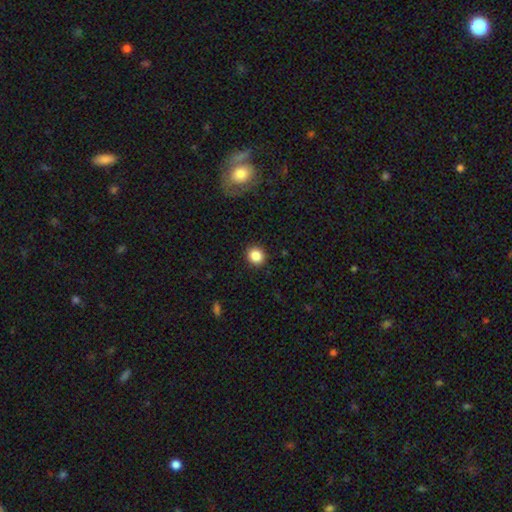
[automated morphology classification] Smooth or featured? smooth (86%)
How rounded? round (84%)
Merging? none (90%)